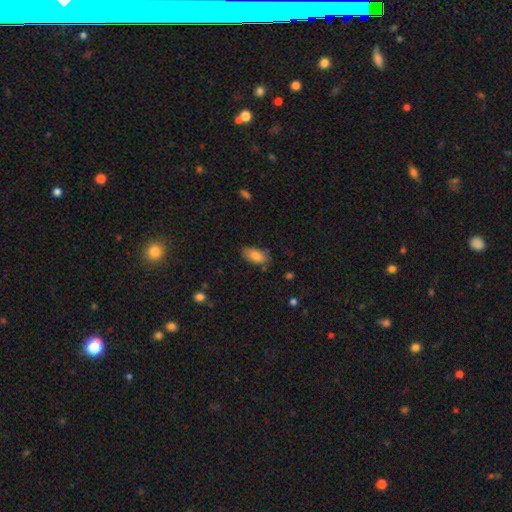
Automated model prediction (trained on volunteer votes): Smooth or featured? Predicted: smooth (p=0.83). How rounded? Predicted: in between (p=0.92). Merging? Predicted: none (p=0.77).